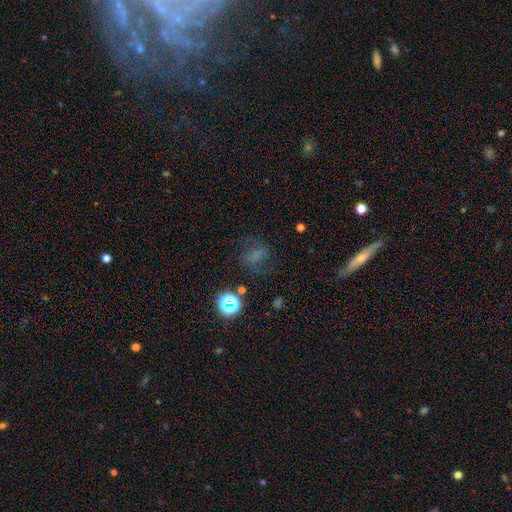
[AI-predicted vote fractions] Q: Smooth or featured?
A: smooth (48%); runner-up: star or artifact (31%)
Q: Merging?
A: none (62%); runner-up: minor disturbance (19%)